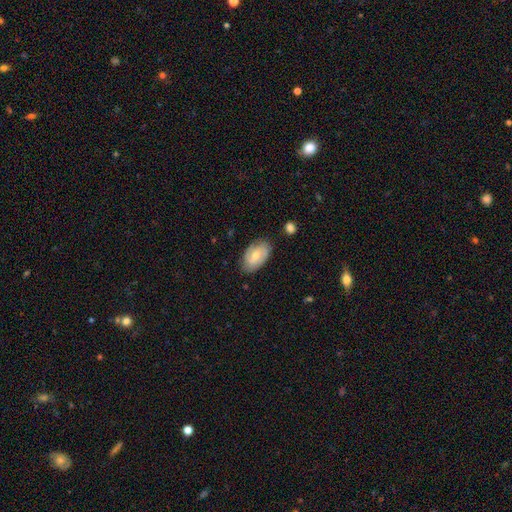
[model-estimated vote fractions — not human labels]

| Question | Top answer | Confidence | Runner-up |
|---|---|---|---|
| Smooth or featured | smooth | 50% | featured or disk (44%) |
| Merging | none | 78% | minor disturbance (17%) |